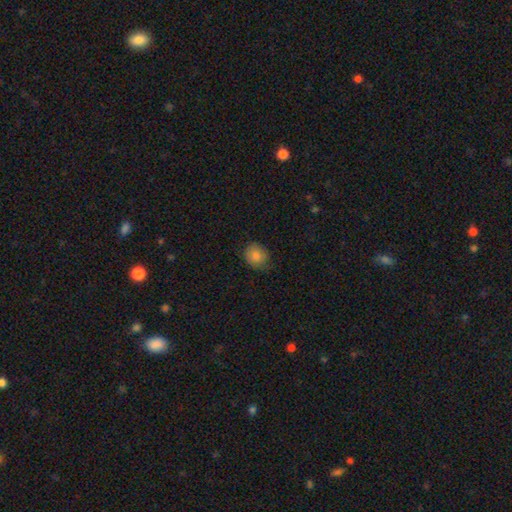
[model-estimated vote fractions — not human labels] This appears to be a smooth galaxy with no disk features (81%) that is round (73%). Merging: none (72%).